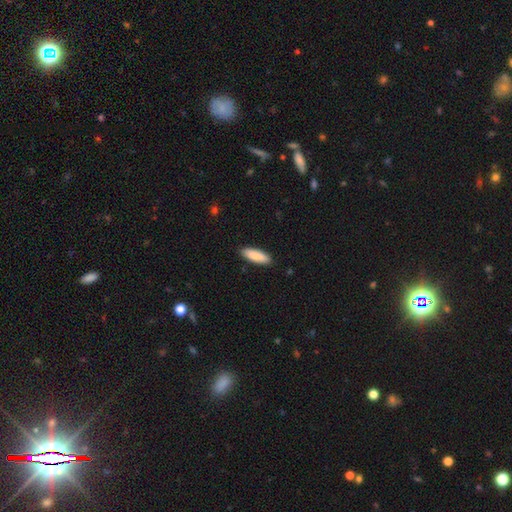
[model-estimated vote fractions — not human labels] Overall: smooth (89%). How rounded: in between (52%; cigar-shaped 47%). Merging: none (89%).